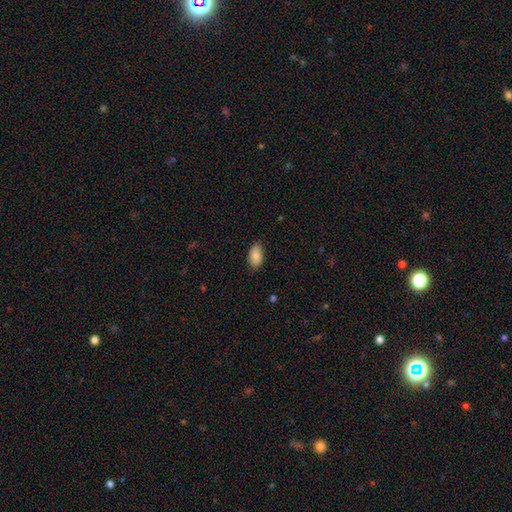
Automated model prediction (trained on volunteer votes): Smooth or featured? Predicted: smooth (p=0.86). How rounded? Predicted: in between (p=0.94). Merging? Predicted: none (p=0.81).